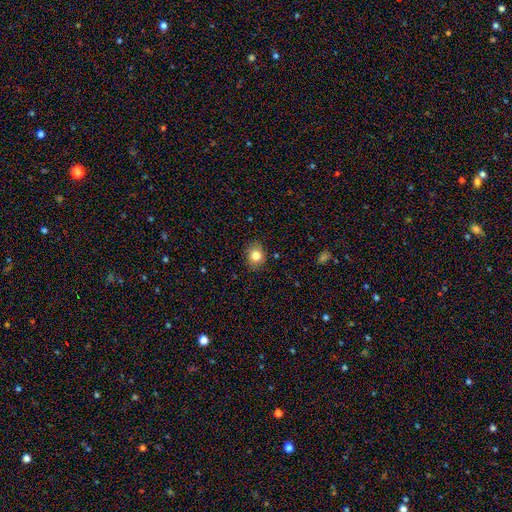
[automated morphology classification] smooth 81%, star or artifact 10%, featured or disk 9%. Down the decision tree: how rounded — round (63%); merging — none (85%).